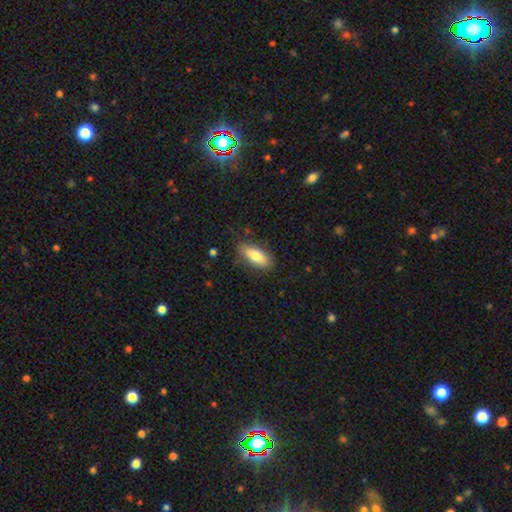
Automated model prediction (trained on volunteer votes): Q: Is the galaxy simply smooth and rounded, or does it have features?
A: smooth — 78%.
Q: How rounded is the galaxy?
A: in between — 80%.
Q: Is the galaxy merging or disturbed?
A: none — 81%.